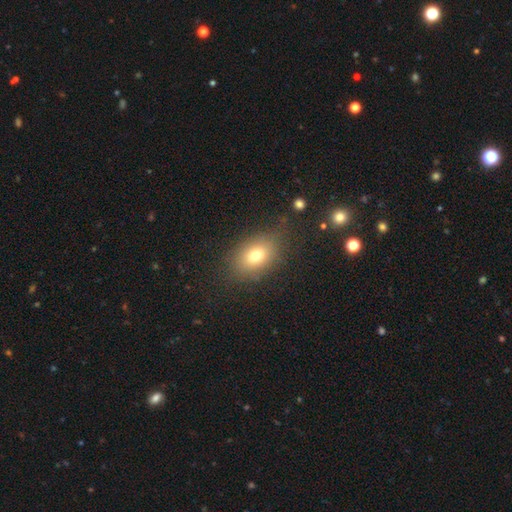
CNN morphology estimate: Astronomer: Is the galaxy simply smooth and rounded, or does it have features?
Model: smooth — 74%.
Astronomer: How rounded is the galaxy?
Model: in between — 77%.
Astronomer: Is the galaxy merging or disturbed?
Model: none — 77%.